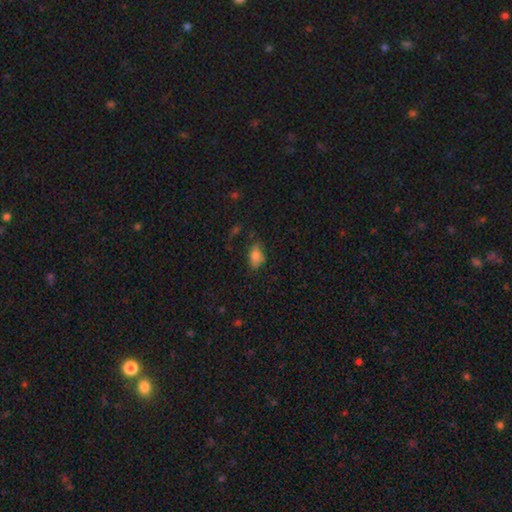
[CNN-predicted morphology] A smooth galaxy with no disk features (77%) that is in between round and cigar-shaped (88%).

Vote fractions:
- Smooth or featured? smooth: 77% / star or artifact: 12% / featured or disk: 11%
- How rounded? in between: 88% / round: 9% / cigar-shaped: 3%
- Merging? none: 56% / minor disturbance: 28% / major disturbance: 12% / merger: 4%